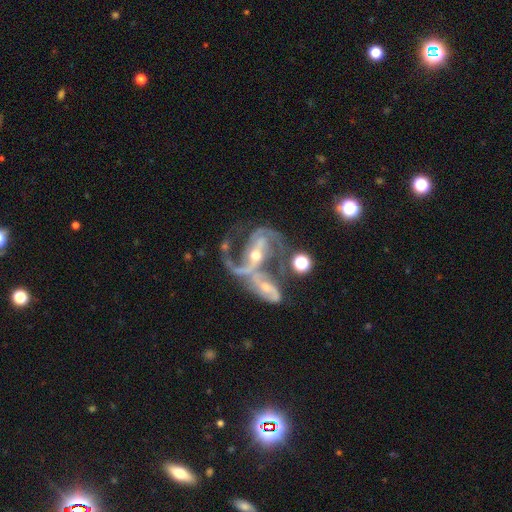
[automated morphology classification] Smooth or featured? featured or disk (88%)
Edge-on disk? no (96%)
Bar? strong (39%)
Spiral arms? yes (94%)
Spiral winding? medium (44%)
Spiral arm count? 2 (78%)
Bulge size? moderate (53%)
Merging? merger (54%)